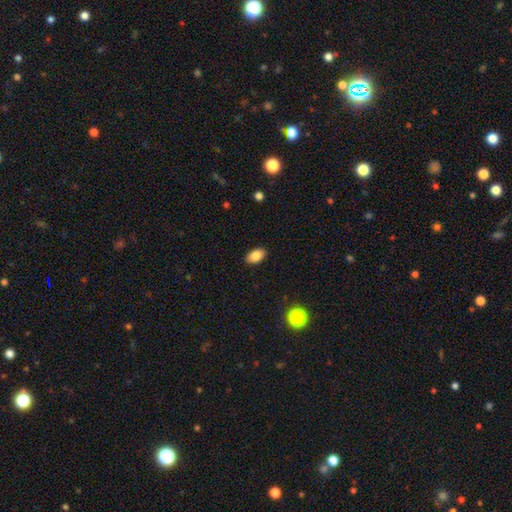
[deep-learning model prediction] smooth 87%, star or artifact 8%, featured or disk 5%. Down the decision tree: how rounded — in between (91%); merging — none (89%).